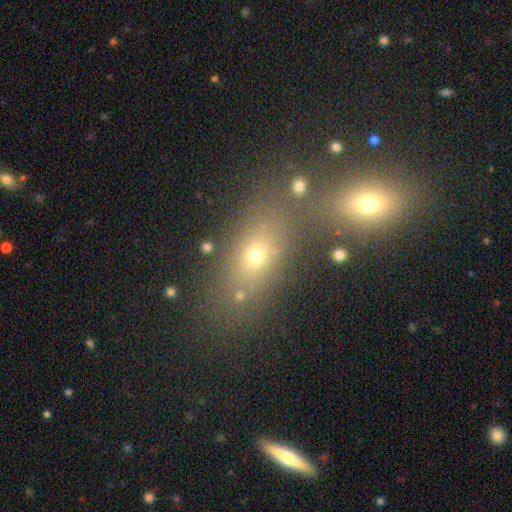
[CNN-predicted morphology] This is likely a smooth galaxy (61%). How rounded: likely in between (65%). Merging: likely none (61%).